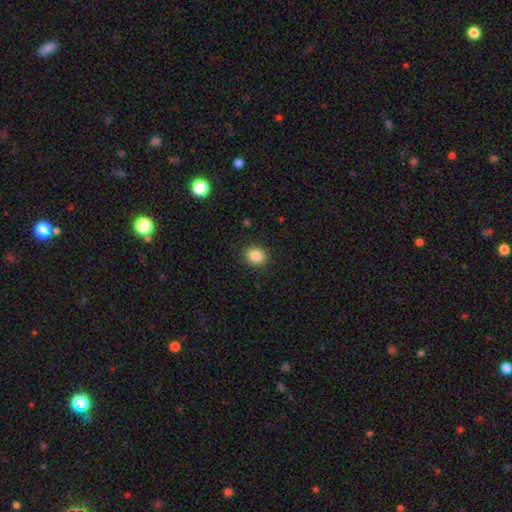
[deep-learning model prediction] Smooth or featured?
  - smooth: 85% *
  - star or artifact: 10%
  - featured or disk: 5%
How rounded?
  - round: 69% *
  - in between: 30%
  - cigar-shaped: 1%
Merging?
  - none: 90% *
  - minor disturbance: 7%
  - major disturbance: 2%
  - merger: 1%